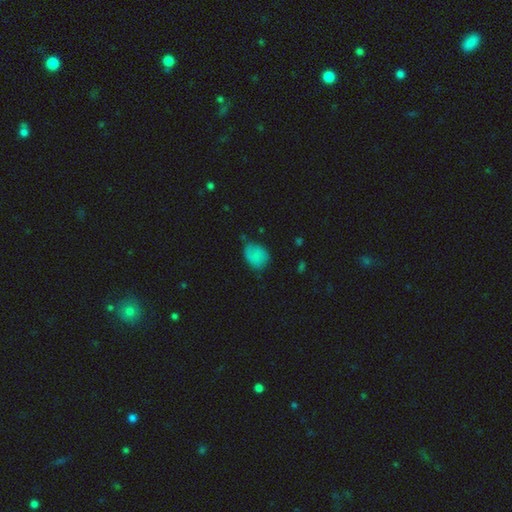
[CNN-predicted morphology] Overall: smooth (78%). How rounded: in between (58%; round 41%). Merging: none (52%; minor disturbance 35%).